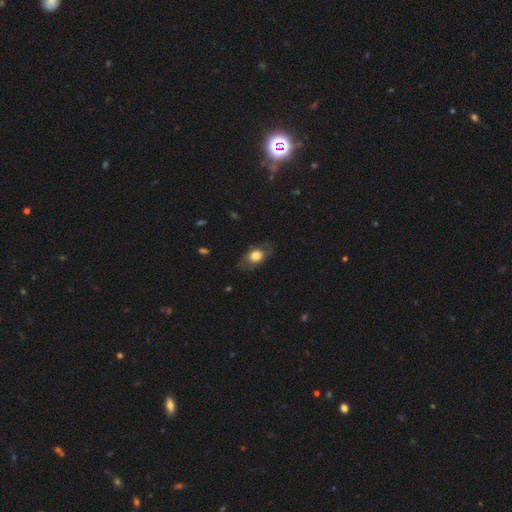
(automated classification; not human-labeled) Overall: smooth (63%; featured or disk 29%). How rounded: in between (66%; round 31%). Merging: none (71%).